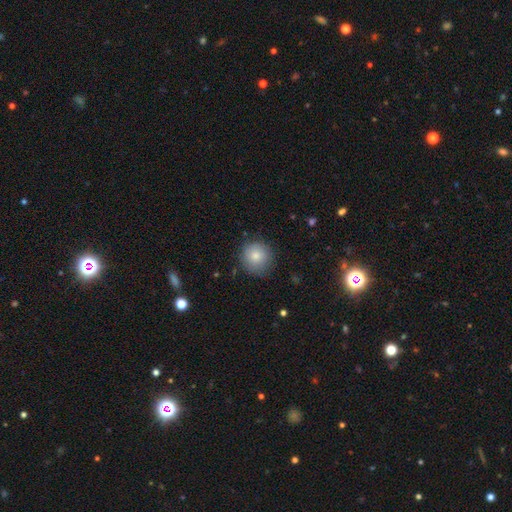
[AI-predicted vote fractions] Q: Smooth or featured?
A: smooth (82%); runner-up: featured or disk (9%)
Q: How rounded?
A: round (93%); runner-up: in between (7%)
Q: Merging?
A: none (83%); runner-up: minor disturbance (13%)